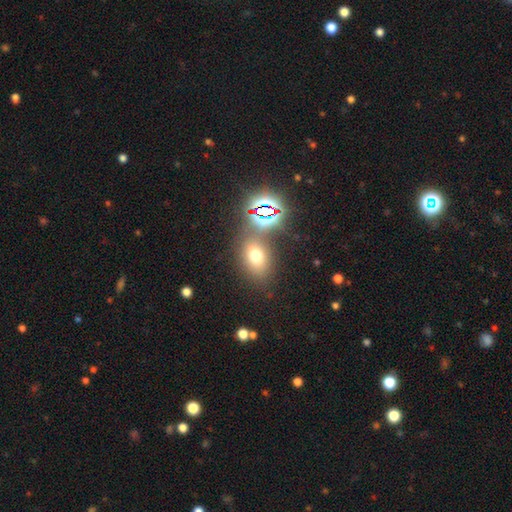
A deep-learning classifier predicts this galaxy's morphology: type=smooth (61%); roundness=in between (65%); merging=none (71%).